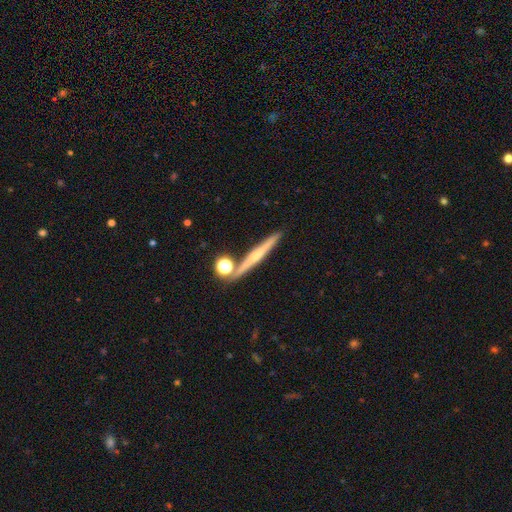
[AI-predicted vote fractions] Overall: featured or disk (57%; smooth 34%). Edge-on disk: yes (96%). Edge-on bulge: rounded (59%; none 31%). Merging: none (81%).